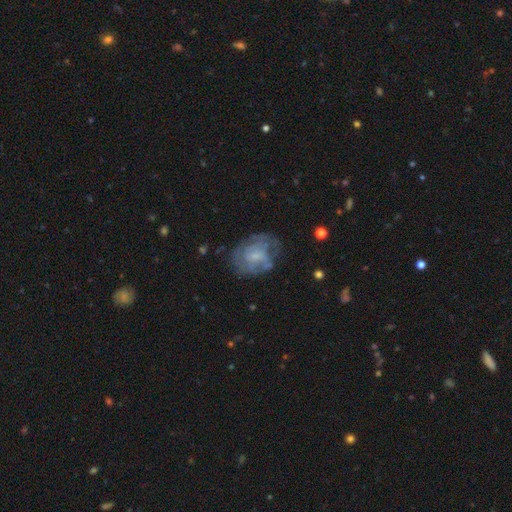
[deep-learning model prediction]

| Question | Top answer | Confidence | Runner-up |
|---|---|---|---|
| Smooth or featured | featured or disk | 59% | smooth (32%) |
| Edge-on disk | no | 97% | yes (3%) |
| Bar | no | 66% | weak (29%) |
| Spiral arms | yes | 55% | no (45%) |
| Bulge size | small | 43% | moderate (26%) |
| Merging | none | 59% | minor disturbance (23%) |